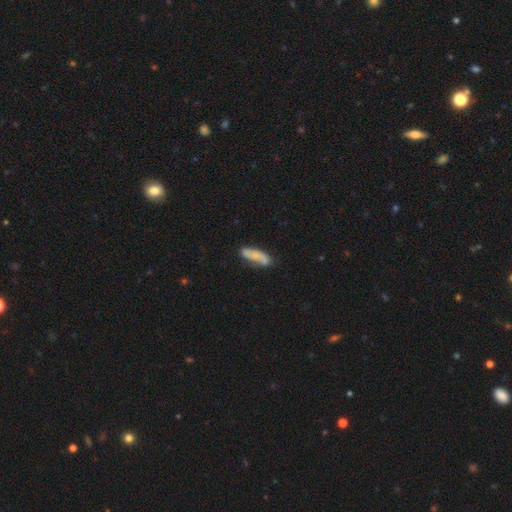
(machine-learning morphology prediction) Q: Smooth or featured?
A: smooth (62%); runner-up: featured or disk (32%)
Q: How rounded?
A: in between (50%); runner-up: cigar-shaped (48%)
Q: Merging?
A: none (66%); runner-up: minor disturbance (23%)